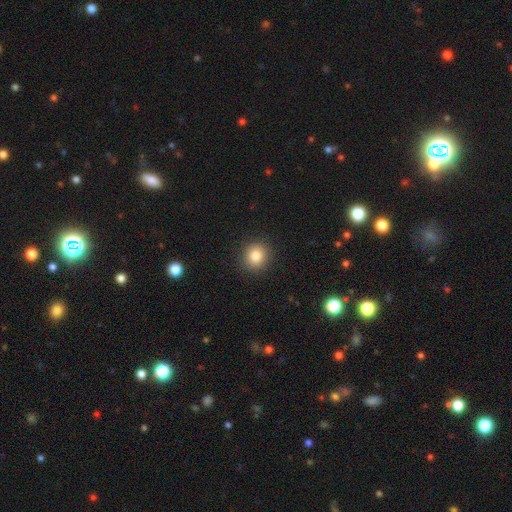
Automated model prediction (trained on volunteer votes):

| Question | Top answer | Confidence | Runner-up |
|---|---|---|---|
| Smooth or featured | smooth | 84% | star or artifact (10%) |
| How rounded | round | 88% | in between (11%) |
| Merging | none | 91% | minor disturbance (6%) |